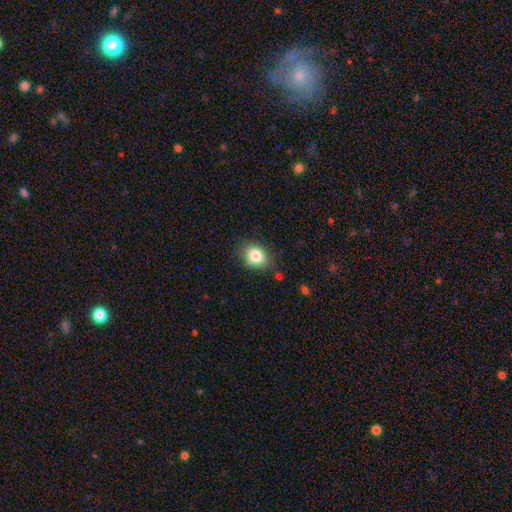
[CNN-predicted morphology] Q: Smooth or featured?
A: smooth (83%); runner-up: star or artifact (10%)
Q: How rounded?
A: in between (52%); runner-up: round (47%)
Q: Merging?
A: none (79%); runner-up: minor disturbance (16%)